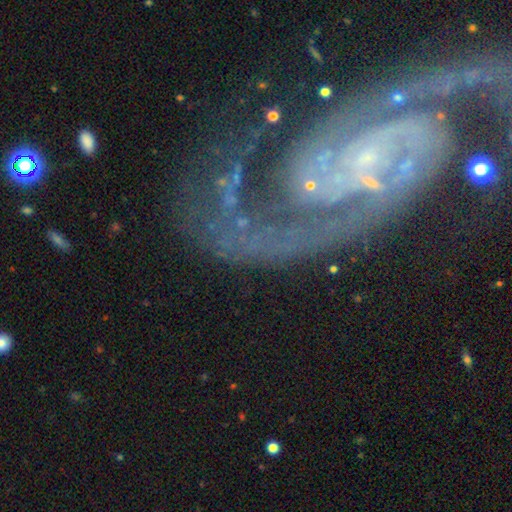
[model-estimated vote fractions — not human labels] Smooth or featured?
  - featured or disk: 82% *
  - star or artifact: 10%
  - smooth: 8%
Edge-on disk?
  - no: 96% *
  - yes: 4%
Bar?
  - no: 60% *
  - weak: 27%
  - strong: 13%
Spiral arms?
  - yes: 90% *
  - no: 10%
Spiral winding?
  - medium: 42% *
  - tight: 37%
  - loose: 21%
Spiral arm count?
  - 2: 63% *
  - can't tell: 13%
  - 1: 8%
  - 3: 7%
  - 4: 5%
  - more than 4: 5%
Bulge size?
  - small: 61% *
  - moderate: 17%
  - none: 16%
  - large: 4%
  - dominant: 2%
Merging?
  - none: 54% *
  - major disturbance: 22%
  - minor disturbance: 17%
  - merger: 7%